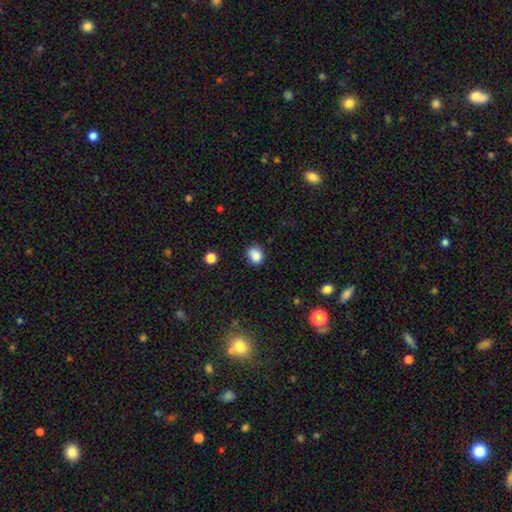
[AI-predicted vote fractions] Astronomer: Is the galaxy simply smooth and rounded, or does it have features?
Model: smooth — 85%.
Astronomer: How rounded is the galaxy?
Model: round — 52% (runner-up: in between, 47%).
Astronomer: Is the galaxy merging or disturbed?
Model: none — 74%.